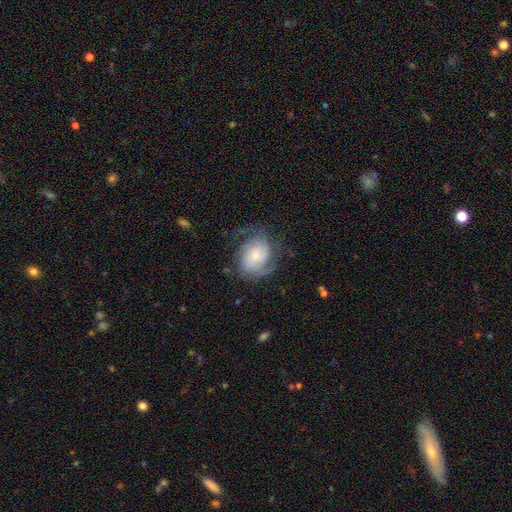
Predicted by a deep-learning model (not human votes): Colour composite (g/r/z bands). It shows a featured or disk galaxy (78%) with no bar (65%), 2 (49%) medium (44%) spiral arms (94%) and a small central bulge (60%). Merging: none (61%).